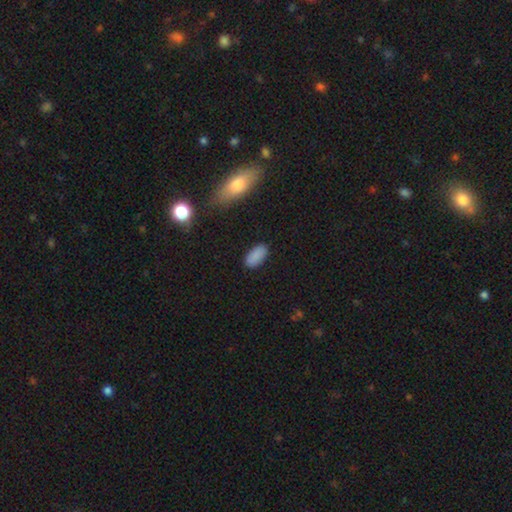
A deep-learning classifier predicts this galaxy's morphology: smooth_or_featured: smooth (p=0.88) [alt: star or artifact p=0.09]
how_rounded: in between (p=0.94) [alt: cigar-shaped p=0.04]
merging: none (p=0.86) [alt: minor disturbance p=0.10]